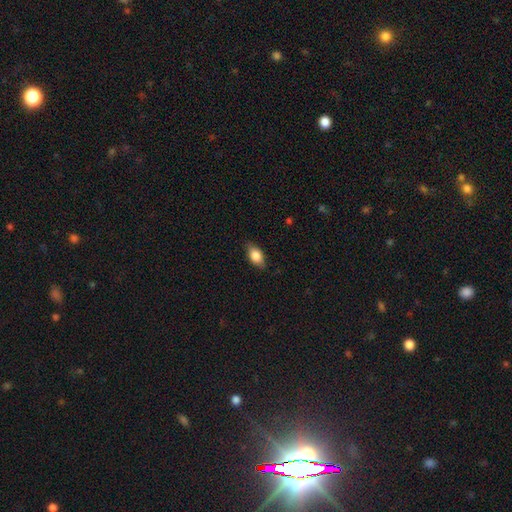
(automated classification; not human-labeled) This is clearly a smooth galaxy (81%). How rounded: clearly in between (88%). Merging: clearly none (81%).